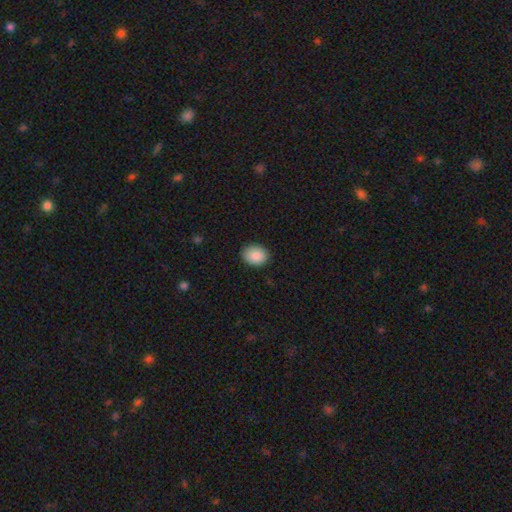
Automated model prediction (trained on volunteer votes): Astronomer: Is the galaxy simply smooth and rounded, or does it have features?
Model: smooth — 89%.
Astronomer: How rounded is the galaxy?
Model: in between — 57% (runner-up: round, 42%).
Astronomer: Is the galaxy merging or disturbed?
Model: none — 88%.